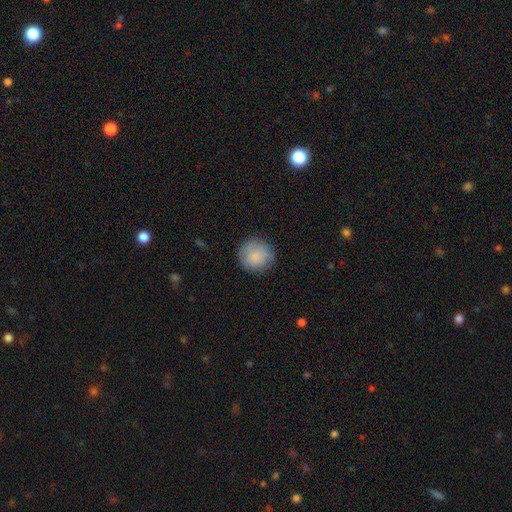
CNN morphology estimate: The model was most divided on "merging": none: 80%, minor disturbance: 15%, major disturbance: 4%, merger: 1%. More confident: how rounded — round (92%); smooth or featured — smooth (82%).